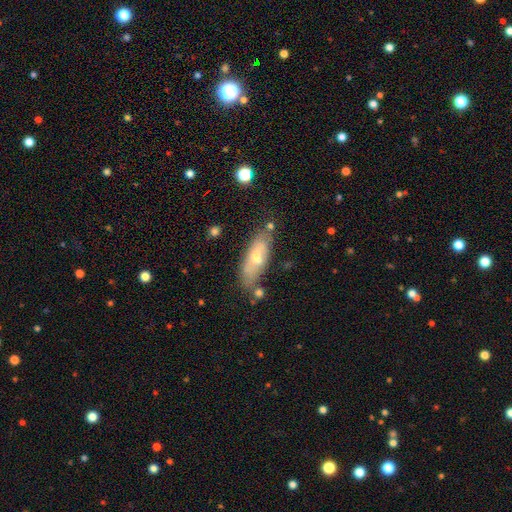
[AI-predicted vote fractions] Smooth or featured?
  - smooth: 50% *
  - featured or disk: 42%
  - star or artifact: 8%
Merging?
  - none: 64% *
  - minor disturbance: 20%
  - merger: 10%
  - major disturbance: 6%